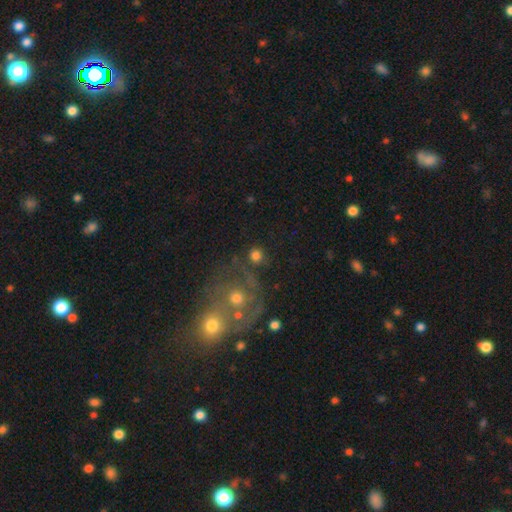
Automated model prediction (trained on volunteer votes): A smooth galaxy with no disk features (74%) that is round (91%).

Vote fractions:
- Smooth or featured? smooth: 74% / featured or disk: 13% / star or artifact: 13%
- How rounded? round: 91% / in between: 8% / cigar-shaped: 1%
- Merging? none: 75% / minor disturbance: 10% / merger: 10% / major disturbance: 6%